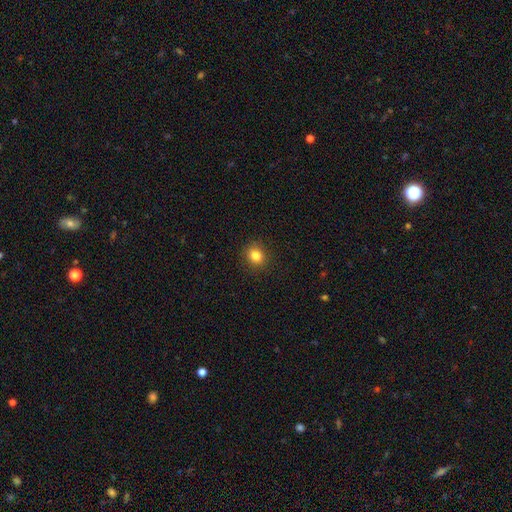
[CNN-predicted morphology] smooth 83%, star or artifact 12%, featured or disk 5%. Down the decision tree: how rounded — round (77%); merging — none (90%).